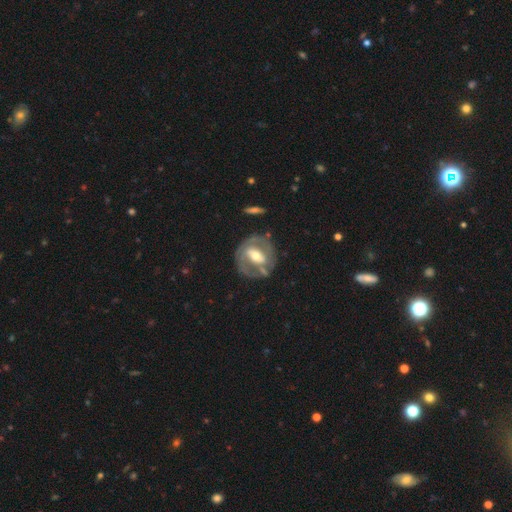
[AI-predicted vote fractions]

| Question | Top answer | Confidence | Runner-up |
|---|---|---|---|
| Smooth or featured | featured or disk | 77% | smooth (19%) |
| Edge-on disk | no | 95% | yes (5%) |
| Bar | strong | 38% | tied: weak (38%) |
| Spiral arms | yes | 68% | no (32%) |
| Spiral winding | tight | 53% | medium (35%) |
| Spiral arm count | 2 | 64% | can't tell (19%) |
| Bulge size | moderate | 68% | small (19%) |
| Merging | none | 69% | minor disturbance (18%) |